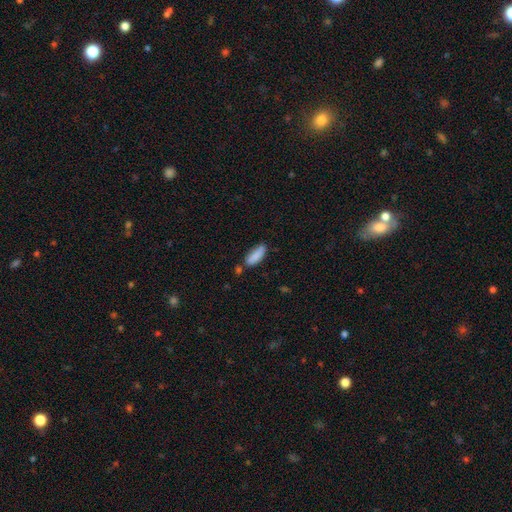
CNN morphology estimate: smooth 86%, featured or disk 7%, star or artifact 7%. Down the decision tree: how rounded — in between (66%); merging — none (65%).